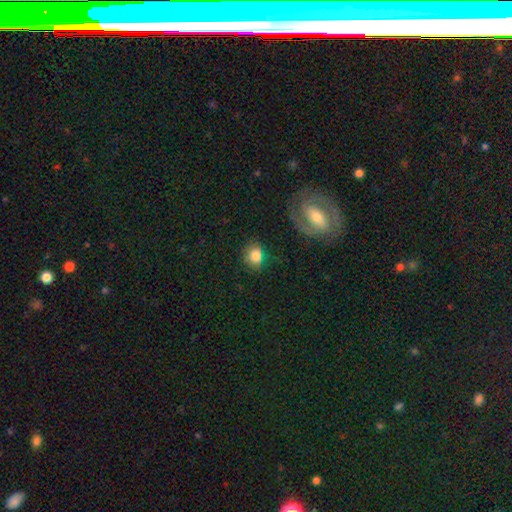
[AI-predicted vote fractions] Overall: smooth (78%). How rounded: round (56%; in between 42%). Merging: none (67%).